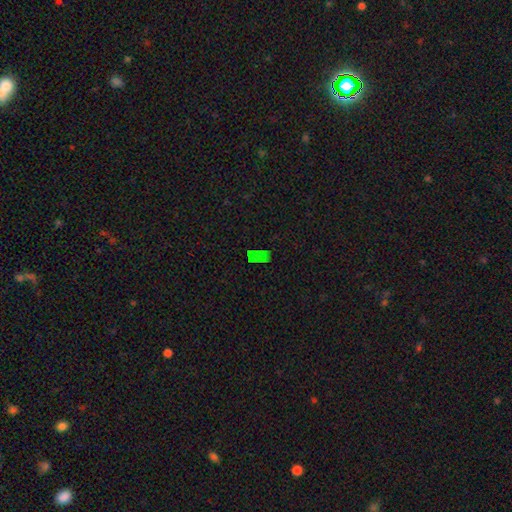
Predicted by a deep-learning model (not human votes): The model was most divided on "smooth or featured": star or artifact: 56%, smooth: 34%, featured or disk: 10%.